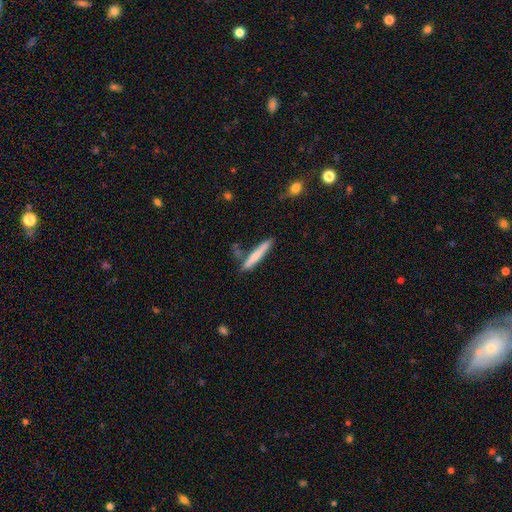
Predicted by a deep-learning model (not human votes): Smooth or featured: smooth — 67% (featured or disk — 27%)
How rounded: cigar-shaped — 94% (in between — 5%)
Merging: none — 74% (minor disturbance — 15%)